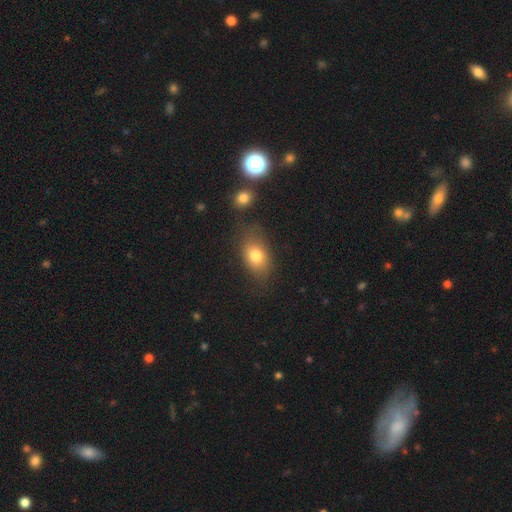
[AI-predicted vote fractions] Smooth or featured?
  - smooth: 78% *
  - featured or disk: 12%
  - star or artifact: 10%
How rounded?
  - in between: 75% *
  - round: 23%
  - cigar-shaped: 2%
Merging?
  - none: 67% *
  - minor disturbance: 19%
  - major disturbance: 7%
  - merger: 6%